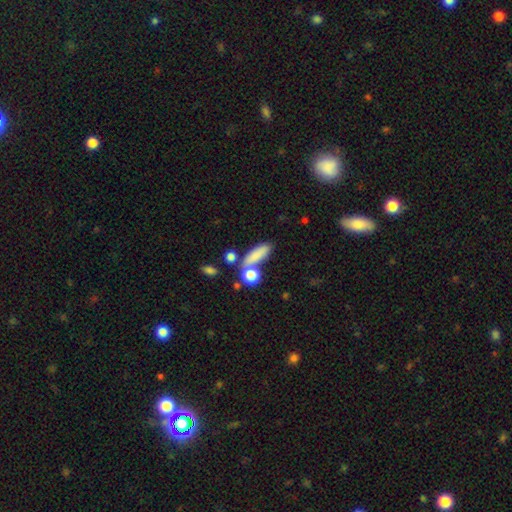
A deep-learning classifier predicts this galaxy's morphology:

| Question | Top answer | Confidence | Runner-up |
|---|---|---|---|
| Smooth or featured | smooth | 80% | featured or disk (11%) |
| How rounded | in between | 49% | cigar-shaped (40%) |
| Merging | none | 55% | merger (23%) |